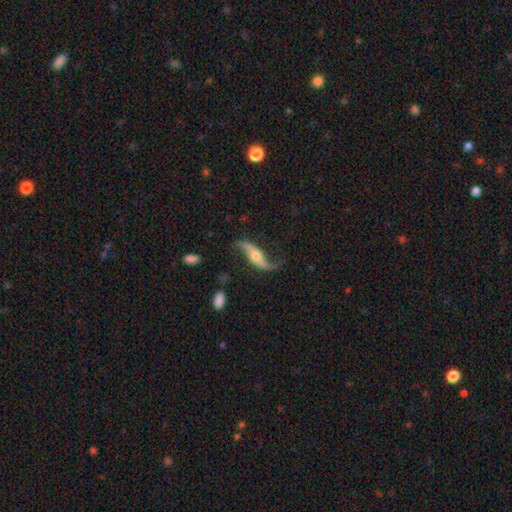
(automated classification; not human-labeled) Morphology: type=featured or disk (88%); edge-on=no (86%); bar=no (48%); spiral arms=yes (96%); winding=loose (94%); arm count=2 (93%); bulge=moderate (56%); merging=none (73%).